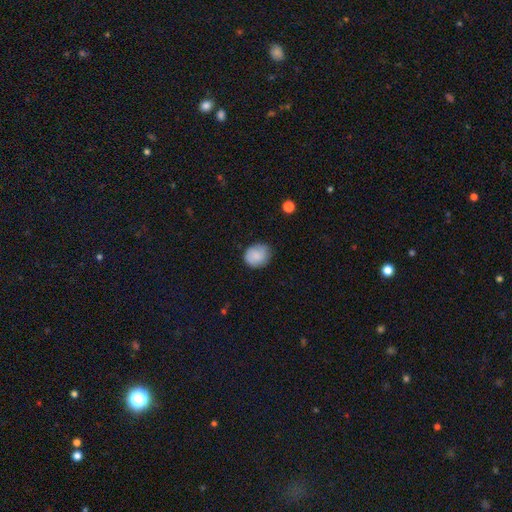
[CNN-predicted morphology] This is clearly a smooth galaxy (85%). How rounded: likely round (71%). Merging: likely none (77%).